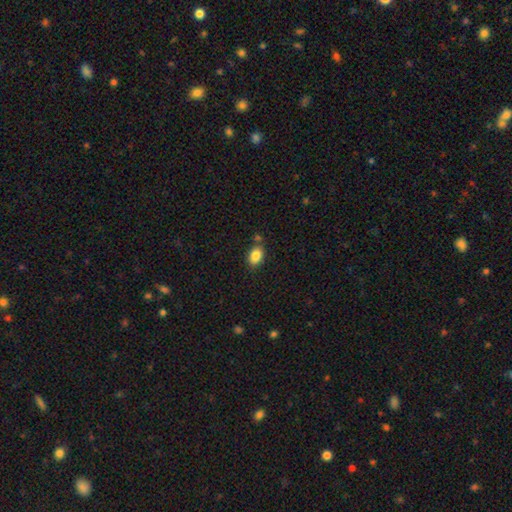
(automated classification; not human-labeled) Smooth or featured: smooth — 87% (star or artifact — 8%)
How rounded: in between — 81% (round — 17%)
Merging: none — 74% (minor disturbance — 13%)